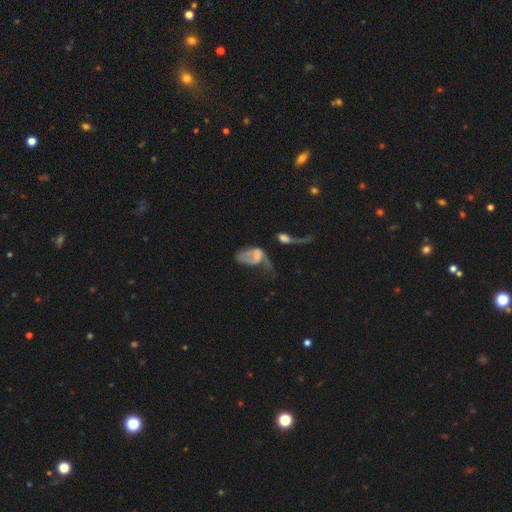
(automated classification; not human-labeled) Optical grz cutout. It shows a featured or disk galaxy (49%). Merging: major disturbance (45%).